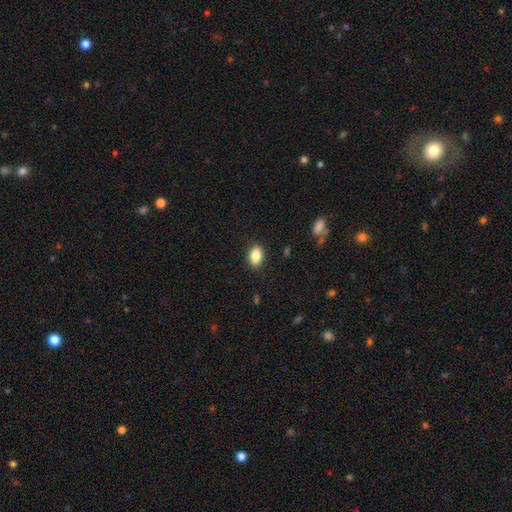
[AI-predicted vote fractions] Overall: smooth (84%). How rounded: in between (86%). Merging: none (88%).